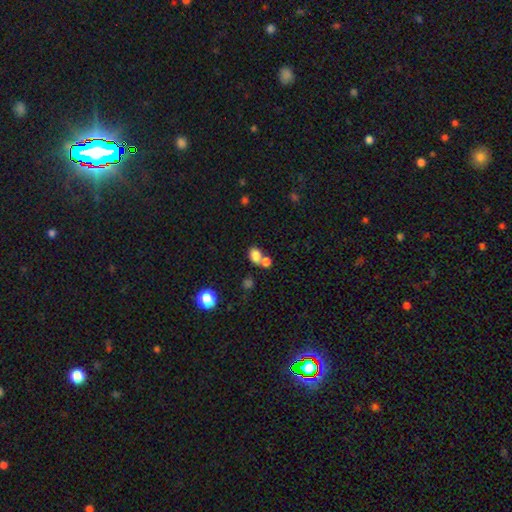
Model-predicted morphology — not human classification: The model was most divided on "merging": merger: 45%, none: 41%, minor disturbance: 9%, major disturbance: 4%. More confident: smooth or featured — smooth (79%); how rounded — in between (59%).